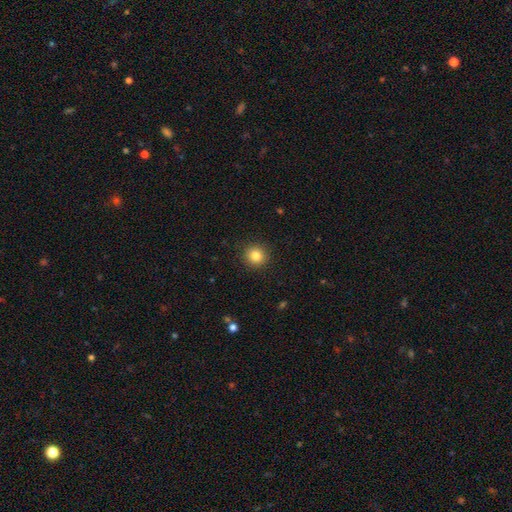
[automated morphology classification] A smooth galaxy with no disk features (84%) that is round (93%). Merging: none (92%).